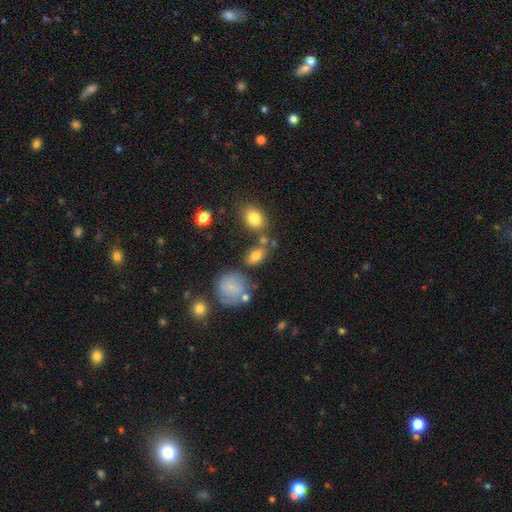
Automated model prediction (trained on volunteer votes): smooth 78%, featured or disk 12%, star or artifact 10%. Down the decision tree: how rounded — in between (84%); merging — none (68%).